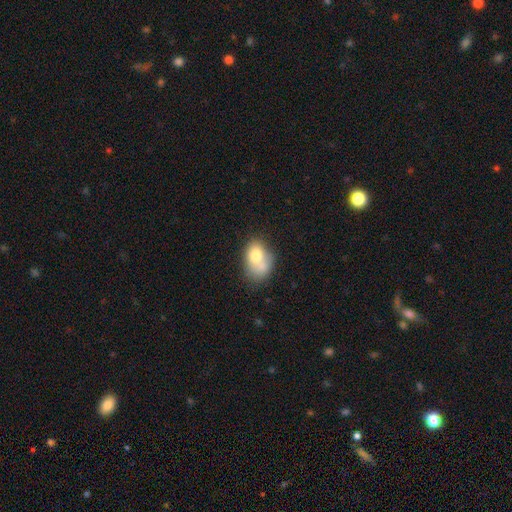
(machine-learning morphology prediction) Smooth or featured?
  - smooth: 70% *
  - featured or disk: 21%
  - star or artifact: 9%
How rounded?
  - in between: 69% *
  - round: 30%
  - cigar-shaped: 1%
Merging?
  - merger: 42% *
  - none: 28%
  - minor disturbance: 19%
  - major disturbance: 10%